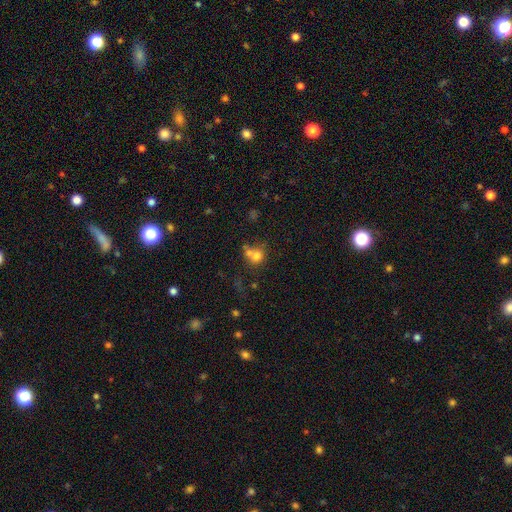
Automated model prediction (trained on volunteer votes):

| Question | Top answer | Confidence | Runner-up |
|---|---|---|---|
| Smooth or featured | smooth | 72% | star or artifact (14%) |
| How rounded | round | 79% | in between (20%) |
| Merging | merger | 45% | none (38%) |